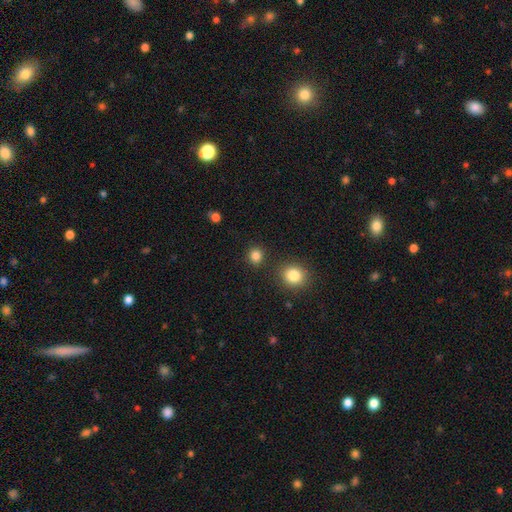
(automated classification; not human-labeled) Smooth or featured: smooth — 84% (star or artifact — 12%)
How rounded: round — 88% (in between — 11%)
Merging: none — 88% (minor disturbance — 6%)